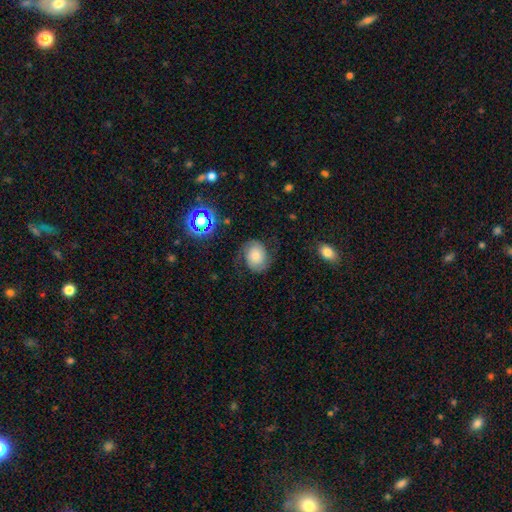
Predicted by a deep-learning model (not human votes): Morphology: type=featured or disk (51%); edge-on=no (97%); merging=none (71%).